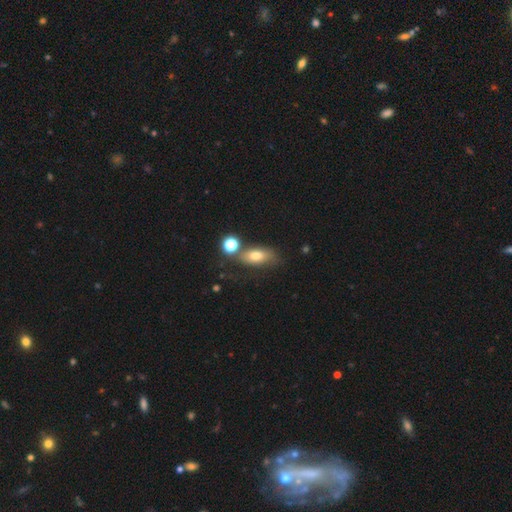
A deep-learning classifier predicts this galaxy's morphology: Overall: smooth (71%). How rounded: in between (80%). Merging: none (58%; minor disturbance 19%).